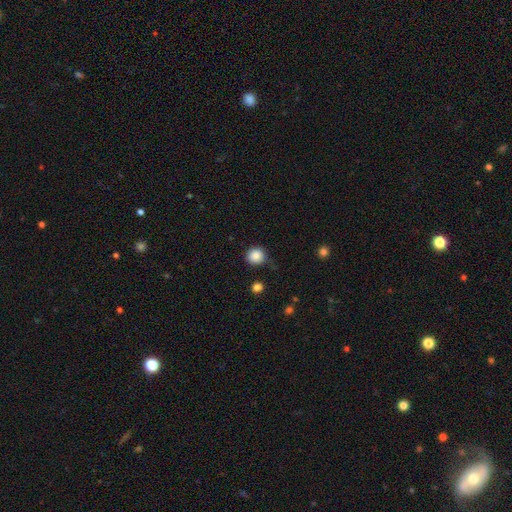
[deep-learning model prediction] smooth-or-featured: smooth: 86% | star or artifact: 10% | featured or disk: 4%
  how-rounded: round: 89% | in between: 10% | cigar-shaped: 1%
  merging: none: 81% | minor disturbance: 13% | major disturbance: 4% | merger: 3%